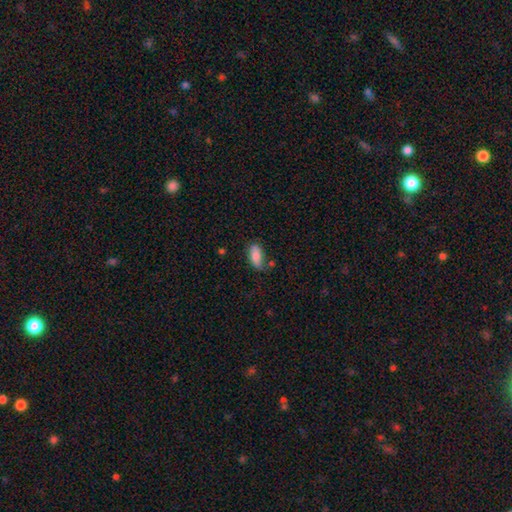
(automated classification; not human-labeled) Morphology: type=smooth (80%); roundness=in between (86%); merging=none (63%).